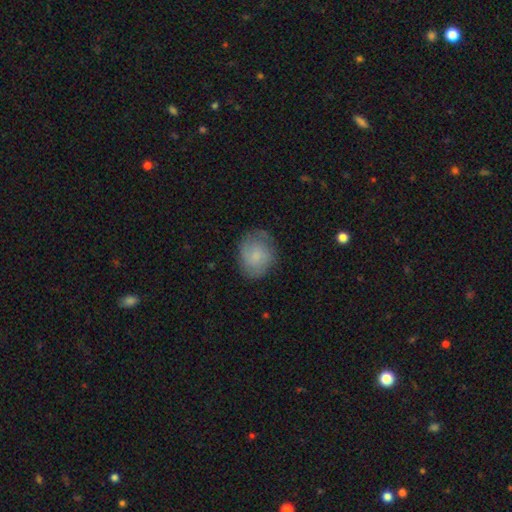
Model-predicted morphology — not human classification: Smooth or featured? Predicted: smooth (p=0.69). How rounded? Predicted: round (p=0.60). Merging? Predicted: none (p=0.69).